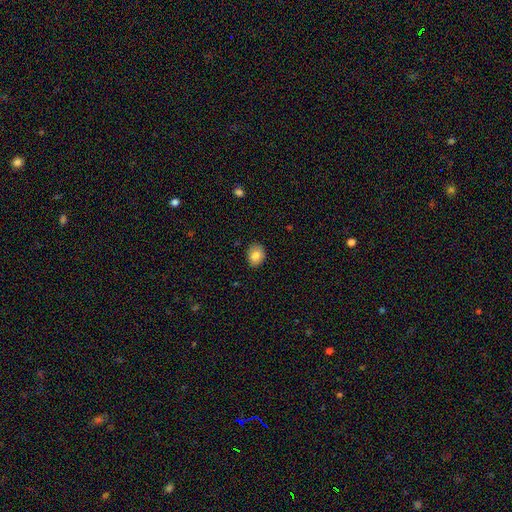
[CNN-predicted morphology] type=smooth (83%); roundness=in between (54%); merging=none (83%).